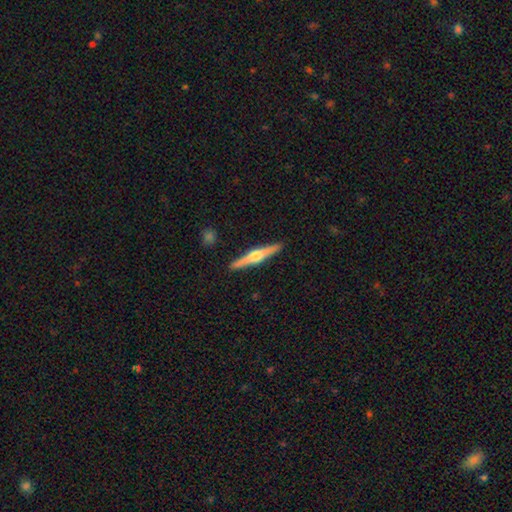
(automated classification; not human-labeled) Smooth or featured? featured or disk (70%)
Edge-on disk? yes (98%)
Edge-on bulge? rounded (93%)
Merging? none (91%)